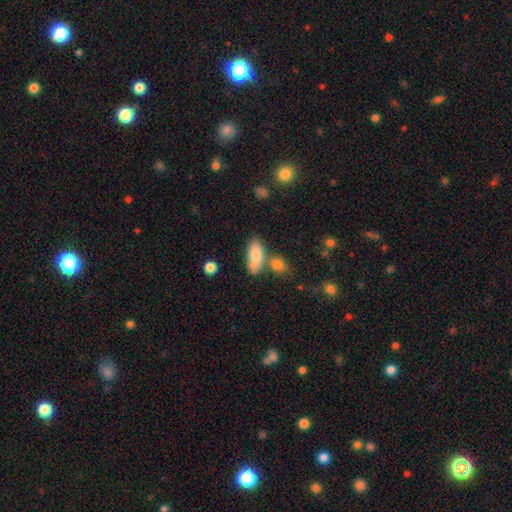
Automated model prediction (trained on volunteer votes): A smooth galaxy with no disk features (78%) that is in between round and cigar-shaped (85%). Merging: none (54%).